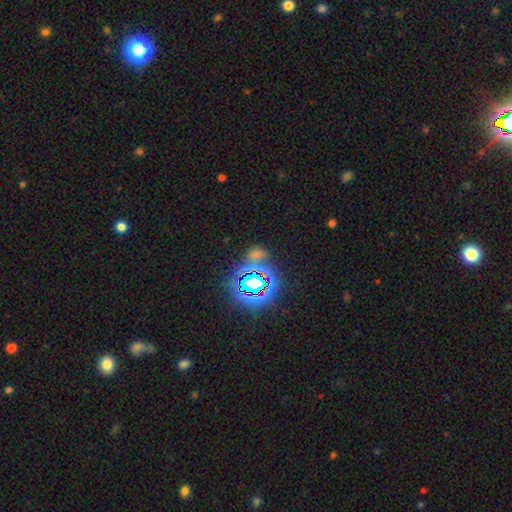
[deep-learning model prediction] Smooth or featured? star or artifact (68%)